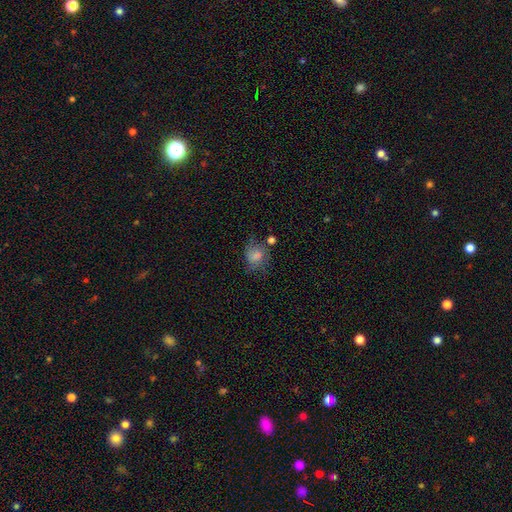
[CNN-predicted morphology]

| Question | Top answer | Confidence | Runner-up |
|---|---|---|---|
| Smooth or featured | smooth | 73% | featured or disk (16%) |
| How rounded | round | 55% | in between (44%) |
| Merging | none | 46% | minor disturbance (28%) |